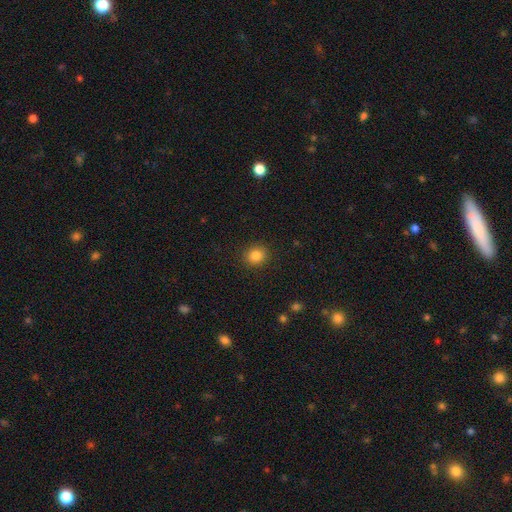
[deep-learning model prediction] Overall: smooth (84%). How rounded: round (79%). Merging: none (90%).